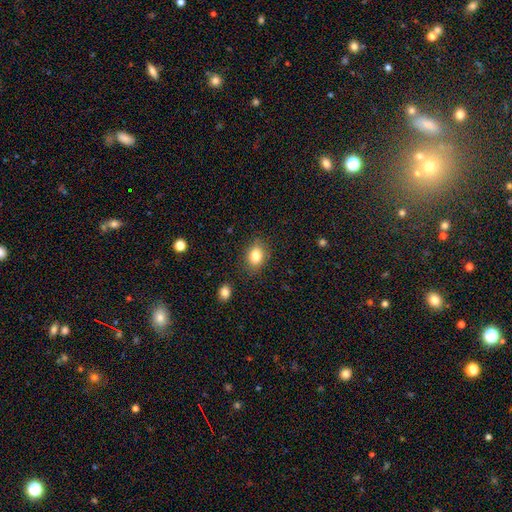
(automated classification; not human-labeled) Smooth or featured? smooth (82%)
How rounded? in between (66%)
Merging? none (82%)